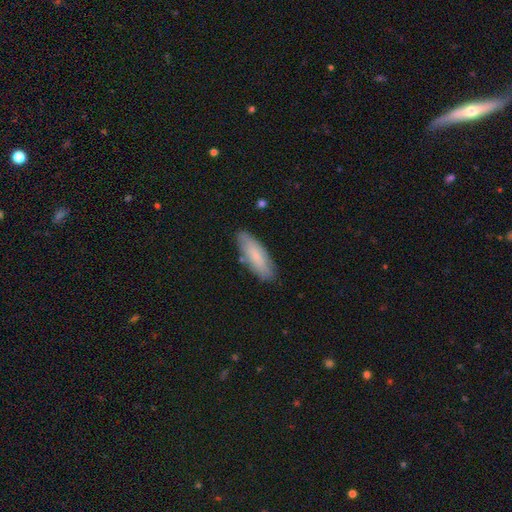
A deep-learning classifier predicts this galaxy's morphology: This is likely a smooth galaxy (75%). How rounded: possibly in between (54%). Merging: clearly none (82%).